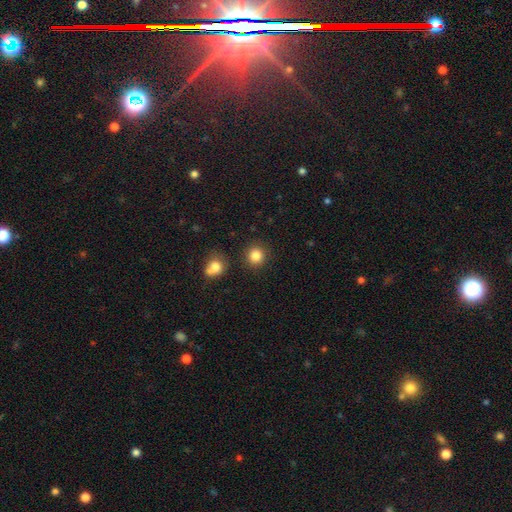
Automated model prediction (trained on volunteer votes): This appears to be a smooth galaxy with no disk features (84%) that is round (90%). Merging: none (87%).